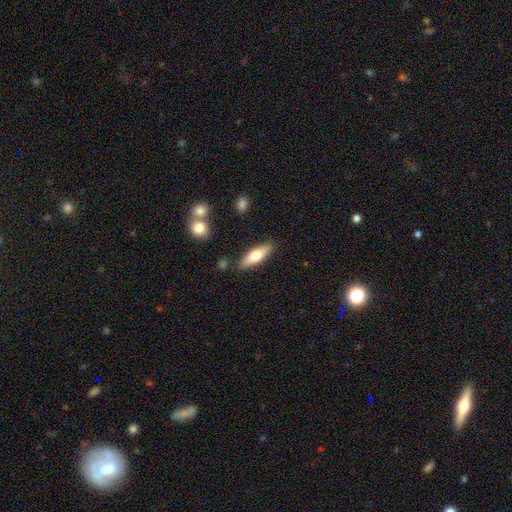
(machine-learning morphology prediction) Smooth or featured: smooth — 64% (featured or disk — 30%)
How rounded: in between — 49% (tied with cigar-shaped — 49%)
Merging: none — 84% (minor disturbance — 11%)